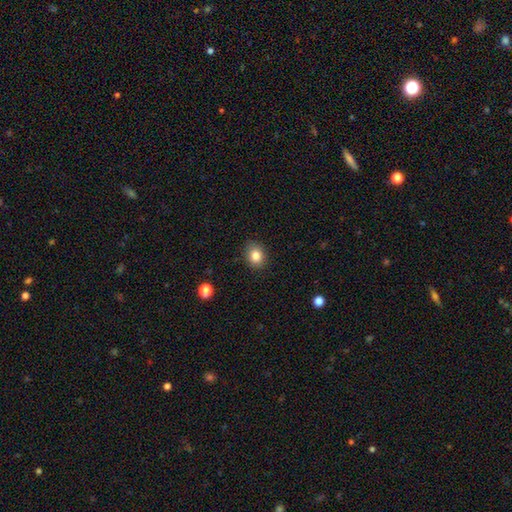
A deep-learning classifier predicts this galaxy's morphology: type=smooth (83%); roundness=round (53%); merging=none (86%).